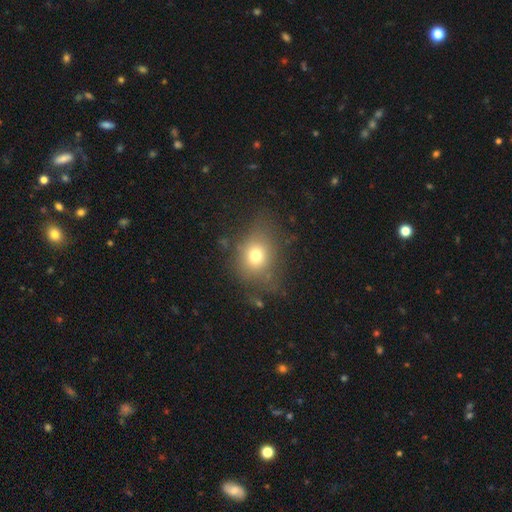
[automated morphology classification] Overall: smooth (71%). How rounded: round (61%; in between 38%). Merging: none (64%).